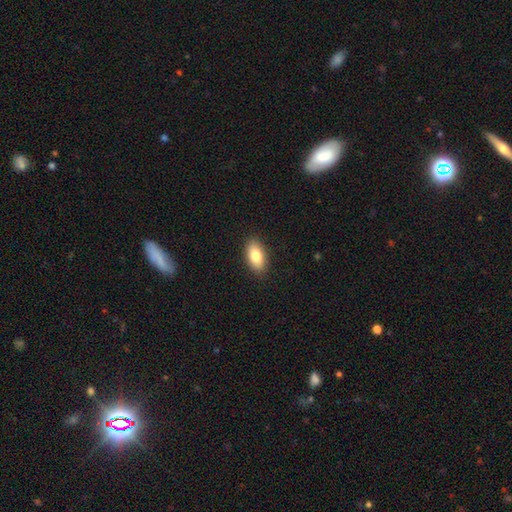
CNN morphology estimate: This is clearly a smooth galaxy (83%). How rounded: clearly in between (91%). Merging: clearly none (89%).